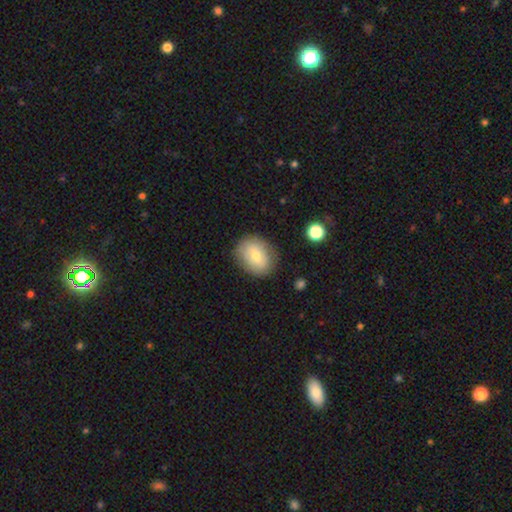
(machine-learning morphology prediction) A smooth galaxy with no disk features (69%) that is in between round and cigar-shaped (55%). Merging: none (81%).